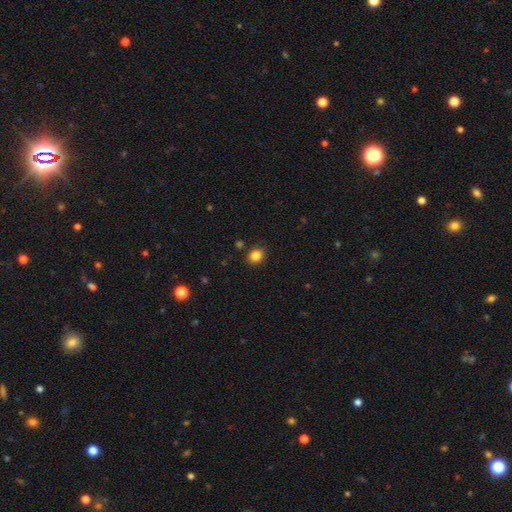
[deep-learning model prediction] Smooth or featured: smooth — 84% (star or artifact — 11%)
How rounded: round — 64% (in between — 35%)
Merging: none — 87% (minor disturbance — 8%)